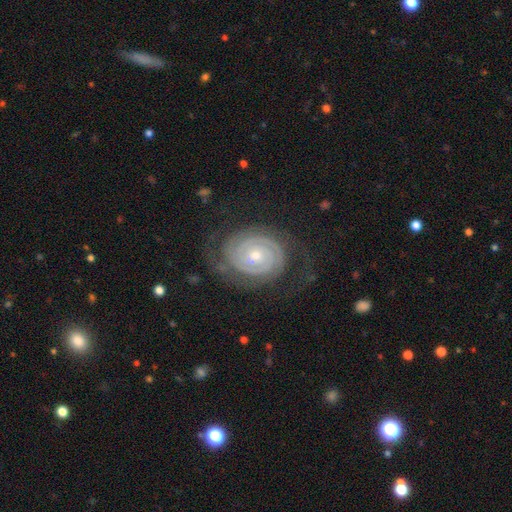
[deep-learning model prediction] This appears to be a featured or disk galaxy (91%) with no bar (72%), 2 (76%) tight (87%) spiral arms (98%) and a small central bulge (67%). Merging: none (75%).